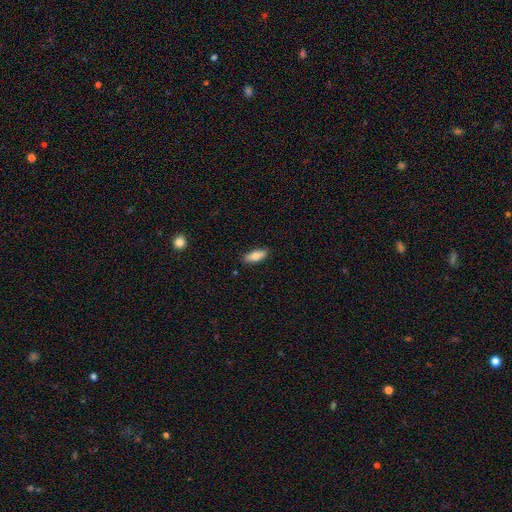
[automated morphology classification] Q: Smooth or featured?
A: smooth (77%); runner-up: featured or disk (17%)
Q: How rounded?
A: in between (71%); runner-up: cigar-shaped (26%)
Q: Merging?
A: none (86%); runner-up: minor disturbance (11%)